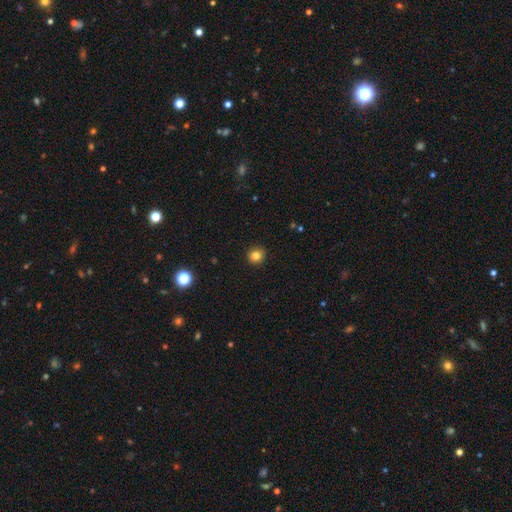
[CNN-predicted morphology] Smooth or featured? smooth (83%)
How rounded? round (89%)
Merging? none (92%)